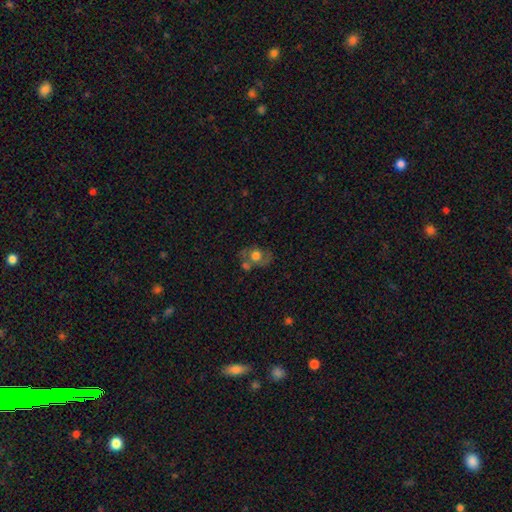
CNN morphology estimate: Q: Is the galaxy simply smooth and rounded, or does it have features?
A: smooth — 51%.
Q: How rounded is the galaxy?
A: round — 55%.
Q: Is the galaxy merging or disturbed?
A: none — 43%.